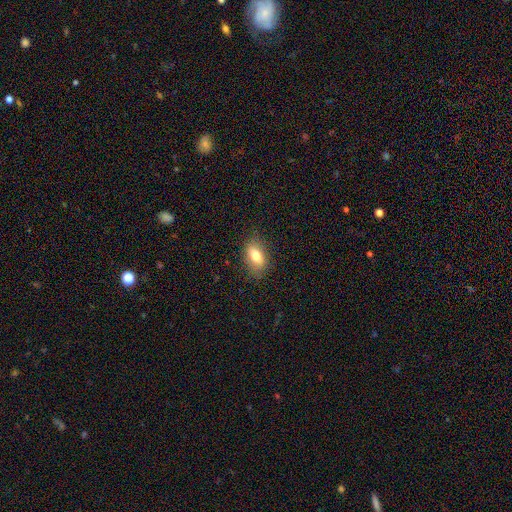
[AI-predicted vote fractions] A smooth galaxy with no disk features (74%) that is in between round and cigar-shaped (84%).

Vote fractions:
- Smooth or featured? smooth: 74% / featured or disk: 18% / star or artifact: 9%
- How rounded? in between: 84% / round: 10% / cigar-shaped: 6%
- Merging? none: 80% / minor disturbance: 15% / major disturbance: 4% / merger: 1%